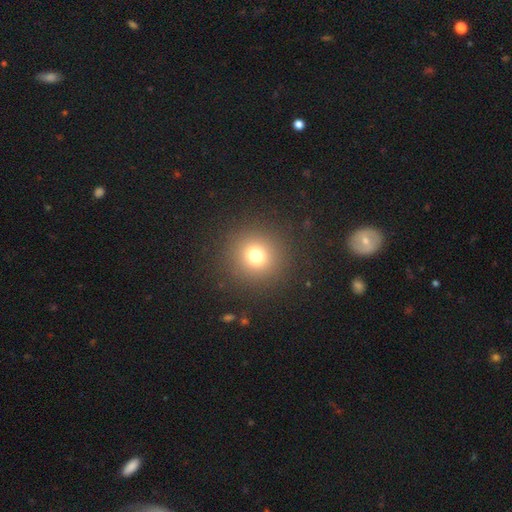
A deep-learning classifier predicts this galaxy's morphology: Smooth or featured?
  - smooth: 73% *
  - star or artifact: 18%
  - featured or disk: 9%
How rounded?
  - round: 95% *
  - in between: 5%
  - cigar-shaped: 1%
Merging?
  - none: 90% *
  - minor disturbance: 5%
  - major disturbance: 3%
  - merger: 1%